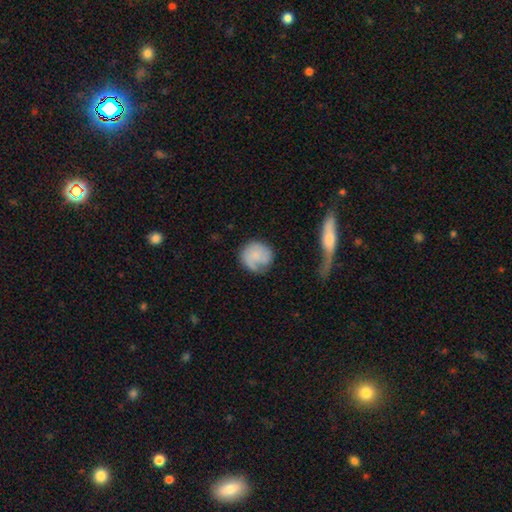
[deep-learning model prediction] Smooth or featured?
  - smooth: 64% *
  - featured or disk: 29%
  - star or artifact: 7%
How rounded?
  - round: 88% *
  - in between: 11%
  - cigar-shaped: 1%
Merging?
  - none: 59% *
  - minor disturbance: 24%
  - major disturbance: 14%
  - merger: 4%